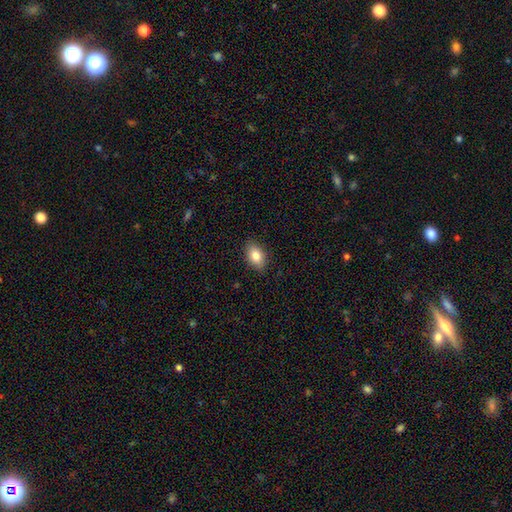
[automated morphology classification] This is clearly a smooth galaxy (84%). How rounded: clearly in between (90%). Merging: clearly none (88%).